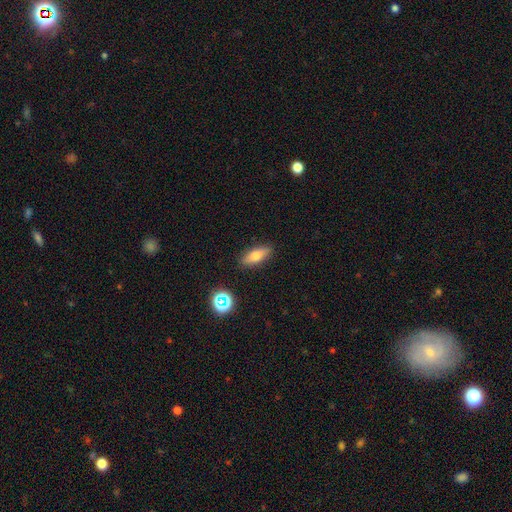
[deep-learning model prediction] Smooth or featured? Predicted: smooth (p=0.72). How rounded? Predicted: in between (p=0.70). Merging? Predicted: none (p=0.87).